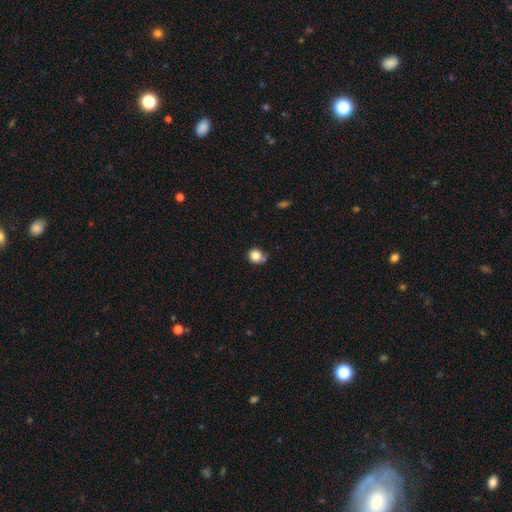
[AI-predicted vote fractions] This is clearly a smooth galaxy (83%). How rounded: clearly round (82%). Merging: likely none (62%).